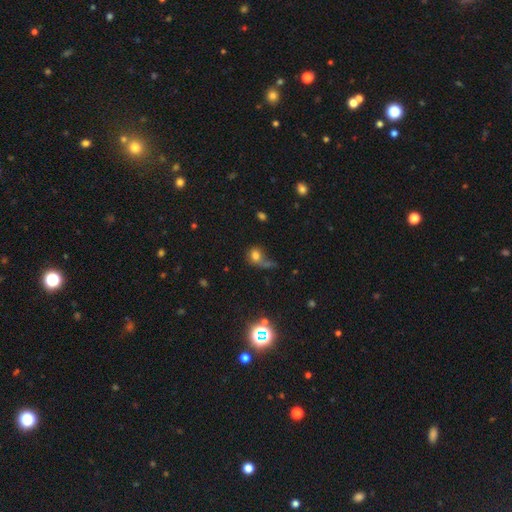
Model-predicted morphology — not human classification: Smooth or featured?
  - smooth: 71% *
  - star or artifact: 16%
  - featured or disk: 13%
How rounded?
  - round: 59% *
  - in between: 39%
  - cigar-shaped: 2%
Merging?
  - none: 35% *
  - major disturbance: 28%
  - minor disturbance: 20%
  - merger: 16%